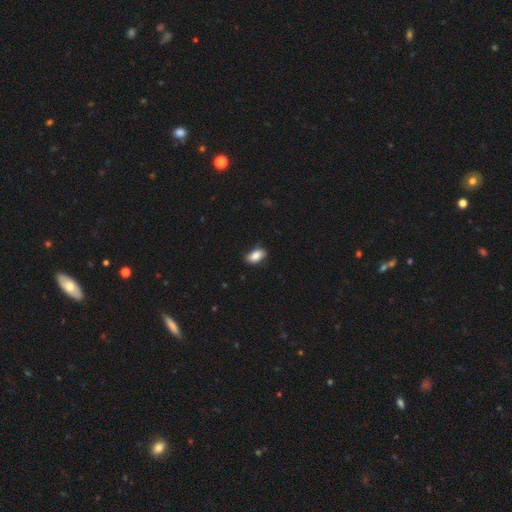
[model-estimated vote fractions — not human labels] Morphology: type=smooth (87%); roundness=in between (91%); merging=none (81%).